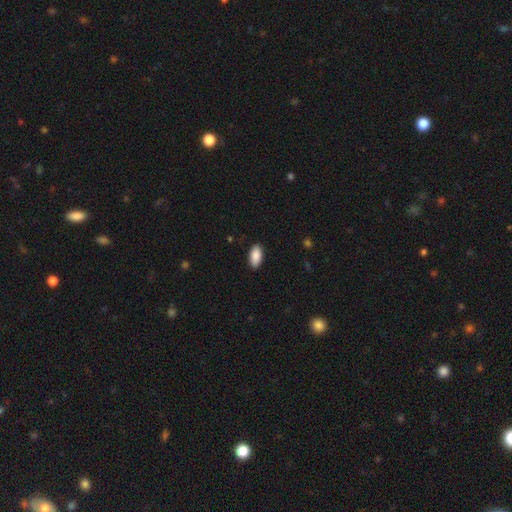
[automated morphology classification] smooth-or-featured: smooth: 90% | star or artifact: 6% | featured or disk: 4%
  how-rounded: in between: 93% | cigar-shaped: 4% | round: 2%
  merging: none: 89% | minor disturbance: 9% | major disturbance: 2% | merger: 1%